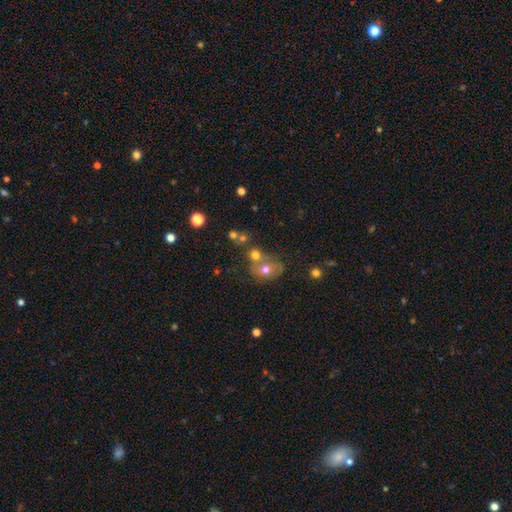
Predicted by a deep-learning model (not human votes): smooth-or-featured: smooth: 57% | featured or disk: 23% | star or artifact: 20%
  how-rounded: round: 69% | in between: 29% | cigar-shaped: 1%
  merging: merger: 44% | none: 38% | minor disturbance: 11% | major disturbance: 7%